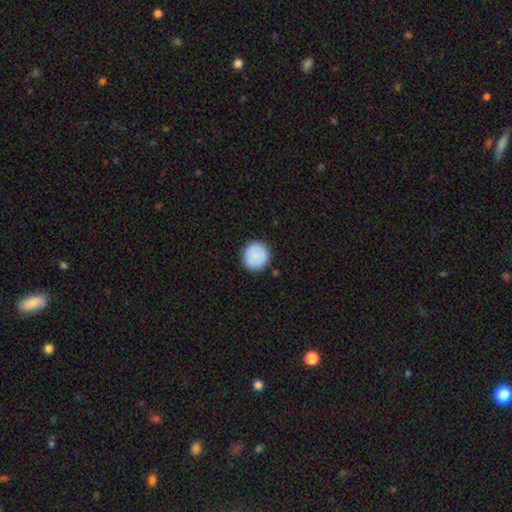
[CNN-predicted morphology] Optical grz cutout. It shows a smooth galaxy with no disk features (86%) that is round (94%). Merging: none (90%).